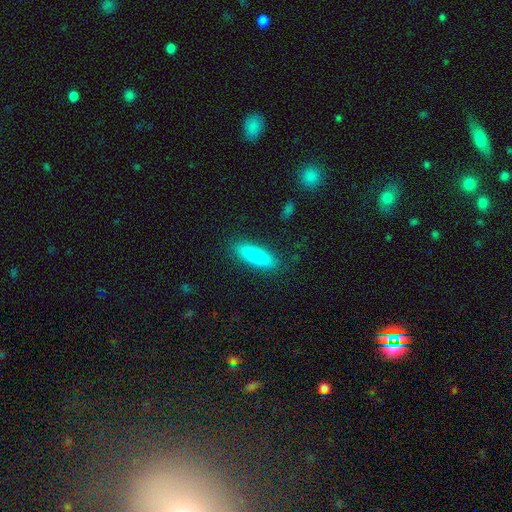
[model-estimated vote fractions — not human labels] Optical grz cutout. It shows a smooth galaxy with no disk features (86%) that is cigar-shaped (62%). Merging: none (87%).